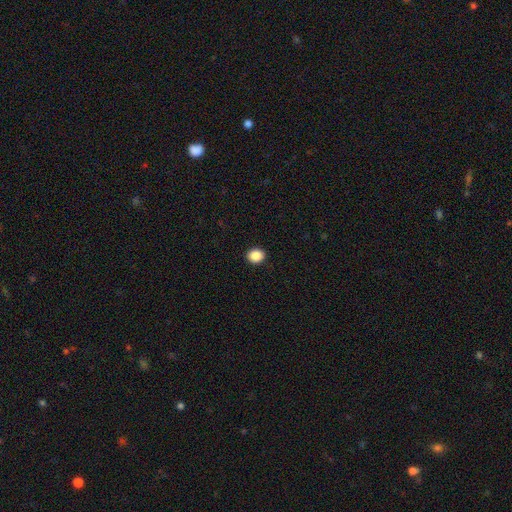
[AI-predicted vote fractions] Morphology: type=smooth (88%); roundness=round (71%); merging=none (92%).